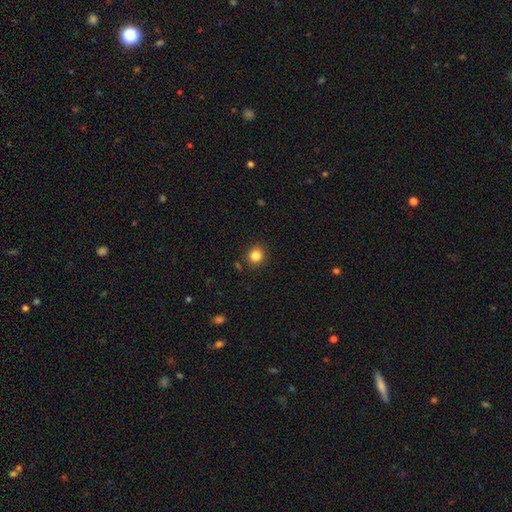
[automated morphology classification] Smooth or featured: smooth — 84% (star or artifact — 11%)
How rounded: round — 86% (in between — 13%)
Merging: none — 88% (minor disturbance — 8%)